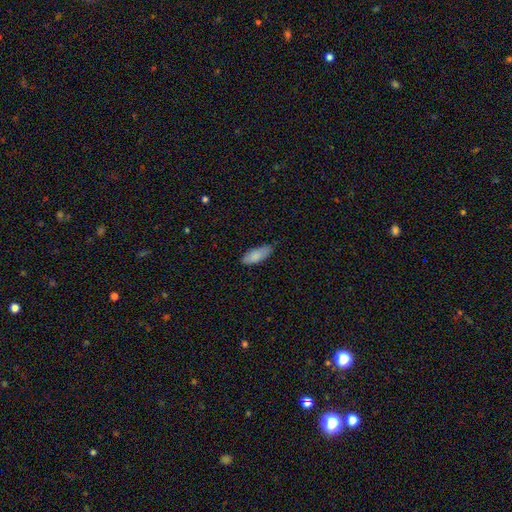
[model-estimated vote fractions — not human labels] This appears to be a smooth galaxy with no disk features (85%) that is in between round and cigar-shaped (77%). Merging: none (72%).